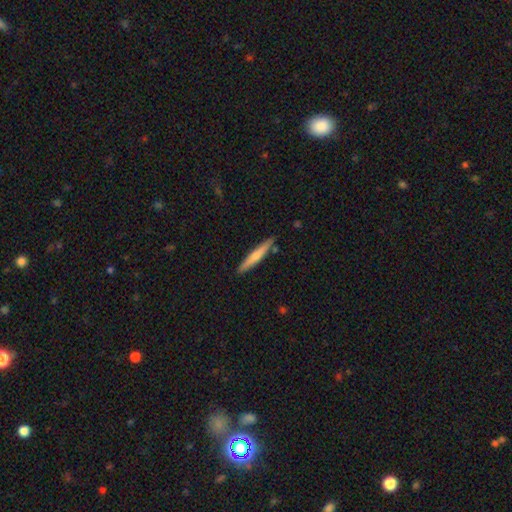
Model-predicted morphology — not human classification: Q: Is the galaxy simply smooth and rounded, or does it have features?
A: smooth — 61%.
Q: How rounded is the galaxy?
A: cigar-shaped — 94%.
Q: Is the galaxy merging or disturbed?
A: none — 86%.